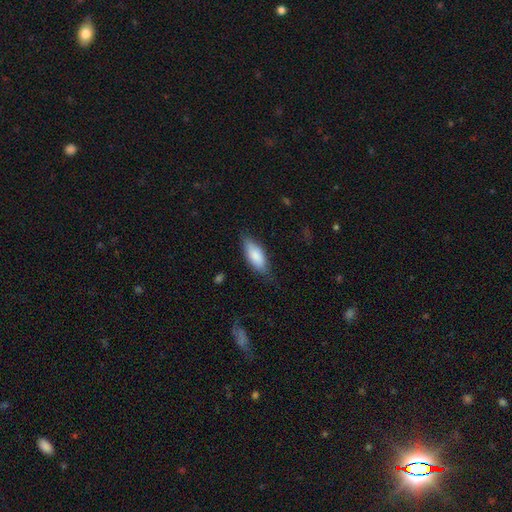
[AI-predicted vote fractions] Smooth or featured? Predicted: smooth (p=0.82). How rounded? Predicted: in between (p=0.79). Merging? Predicted: none (p=0.70).